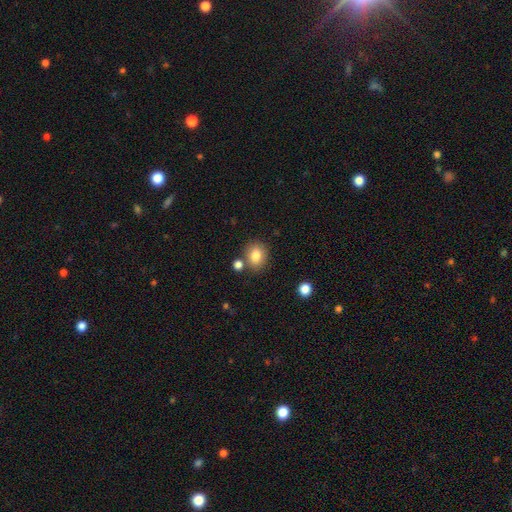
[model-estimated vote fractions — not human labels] Smooth or featured? Predicted: smooth (p=0.82). How rounded? Predicted: round (p=0.62). Merging? Predicted: none (p=0.74).